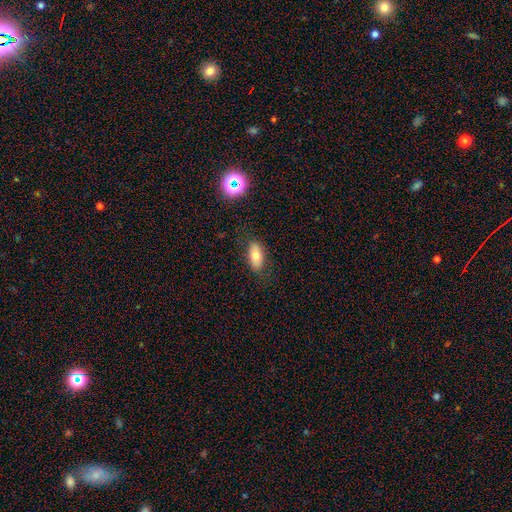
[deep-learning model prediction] This appears to be a smooth galaxy with no disk features (72%) that is in between round and cigar-shaped (87%). Merging: none (81%).